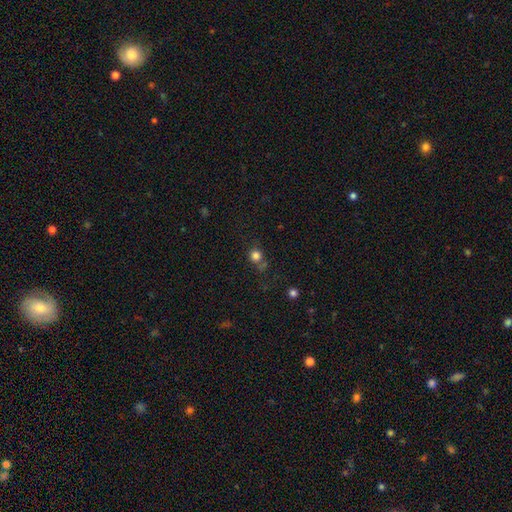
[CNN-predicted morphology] A smooth galaxy with no disk features (79%) that is round (88%).

Vote fractions:
- Smooth or featured? smooth: 79% / star or artifact: 15% / featured or disk: 6%
- How rounded? round: 88% / in between: 11% / cigar-shaped: 1%
- Merging? none: 64% / minor disturbance: 15% / merger: 13% / major disturbance: 7%